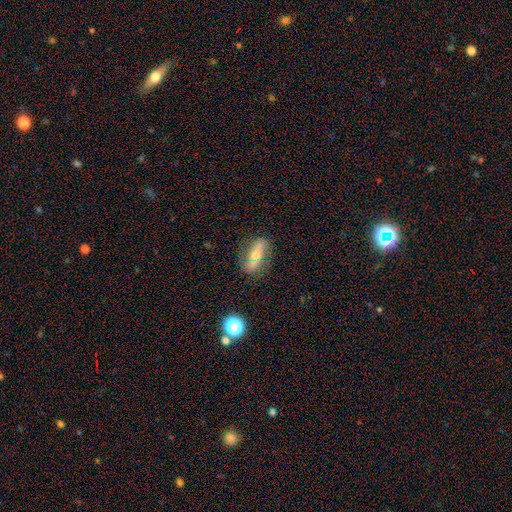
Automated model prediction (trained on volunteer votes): Q: Smooth or featured?
A: featured or disk (59%); runner-up: smooth (32%)
Q: Edge-on disk?
A: no (71%); runner-up: yes (29%)
Q: Merging?
A: none (74%); runner-up: minor disturbance (16%)